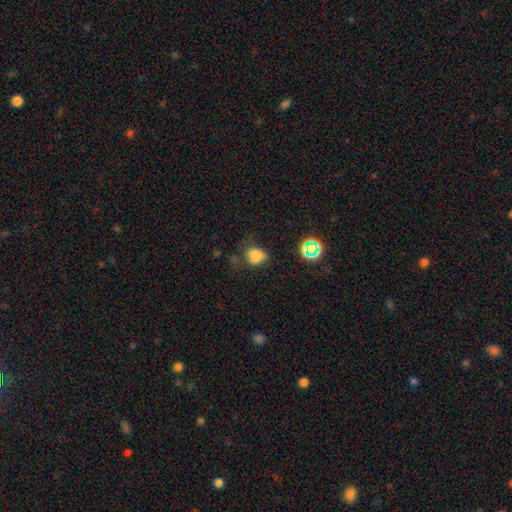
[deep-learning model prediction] Smooth or featured? Predicted: smooth (p=0.71). How rounded? Predicted: in between (p=0.51). Merging? Predicted: none (p=0.37).